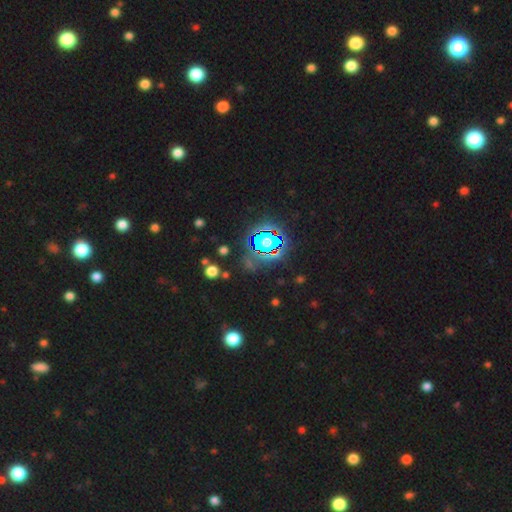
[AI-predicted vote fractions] This appears to be a star or artifact, not a galaxy (82%).